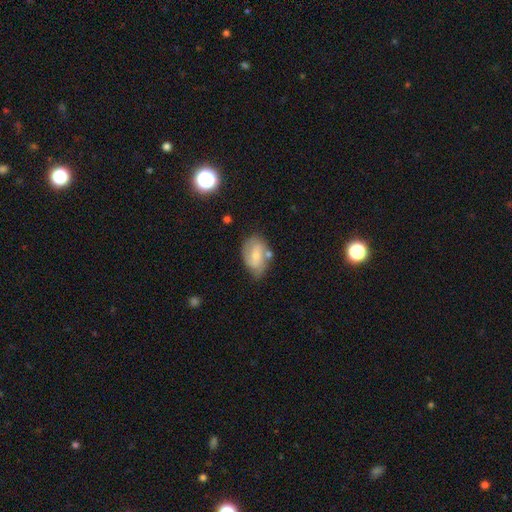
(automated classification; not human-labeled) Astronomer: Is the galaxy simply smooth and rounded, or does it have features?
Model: featured or disk — 49% (runner-up: smooth, 44%).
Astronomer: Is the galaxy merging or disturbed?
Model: none — 53%.